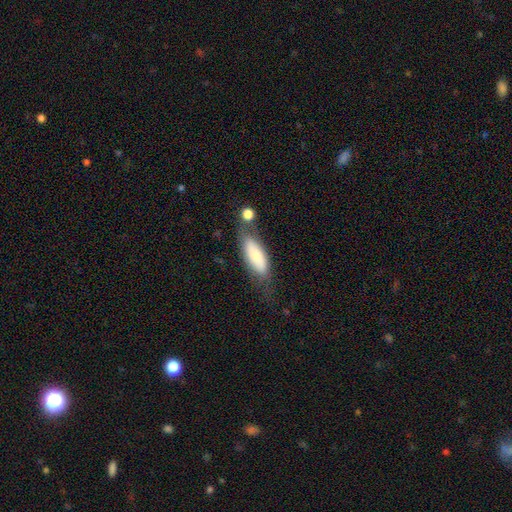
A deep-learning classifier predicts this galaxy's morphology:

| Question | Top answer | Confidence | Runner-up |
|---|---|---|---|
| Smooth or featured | smooth | 70% | featured or disk (23%) |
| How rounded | in between | 70% | cigar-shaped (28%) |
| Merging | none | 54% | minor disturbance (24%) |